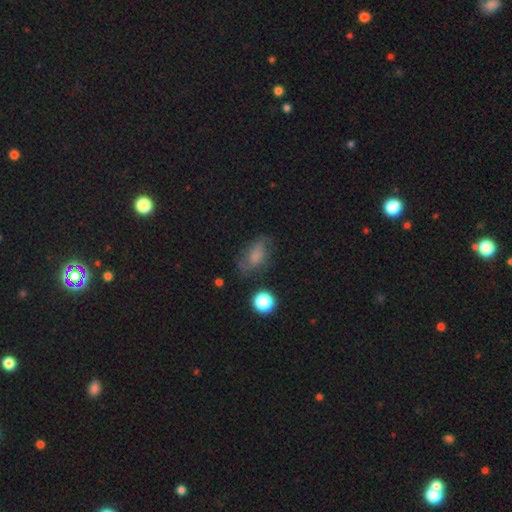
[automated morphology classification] A smooth galaxy with no disk features (58%) that is in between round and cigar-shaped (82%).

Vote fractions:
- Smooth or featured? smooth: 58% / featured or disk: 27% / star or artifact: 14%
- How rounded? in between: 82% / round: 12% / cigar-shaped: 6%
- Merging? none: 56% / minor disturbance: 28% / major disturbance: 13% / merger: 3%